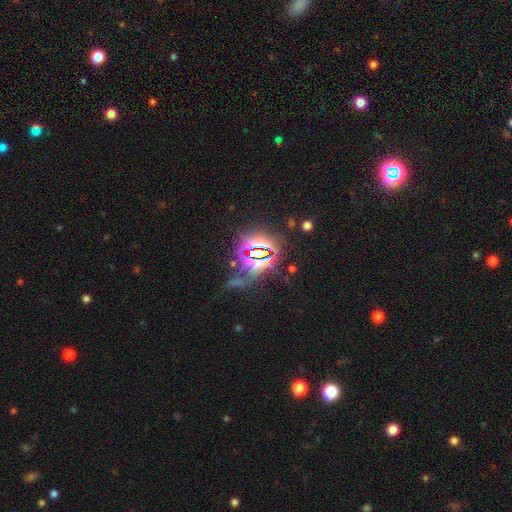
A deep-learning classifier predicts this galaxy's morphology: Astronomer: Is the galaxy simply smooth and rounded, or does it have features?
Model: star or artifact — 72%.